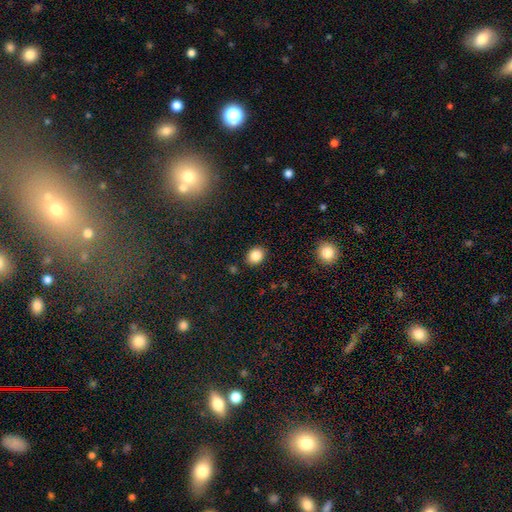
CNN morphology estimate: Overall: smooth (86%). How rounded: round (55%; in between 44%). Merging: none (87%).